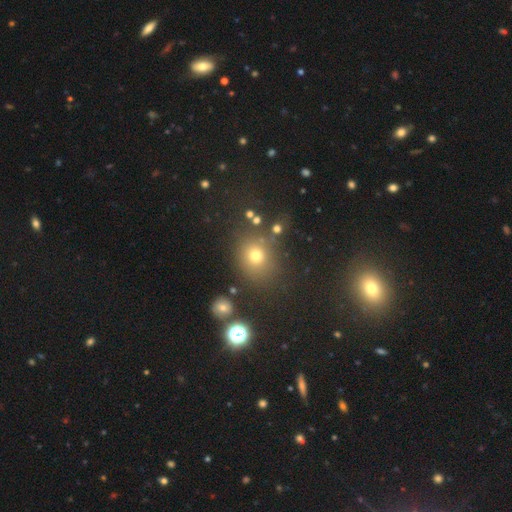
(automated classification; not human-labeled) A smooth galaxy with no disk features (68%) that is round (76%).

Vote fractions:
- Smooth or featured? smooth: 68% / star or artifact: 23% / featured or disk: 9%
- How rounded? round: 76% / in between: 23% / cigar-shaped: 1%
- Merging? none: 76% / minor disturbance: 12% / merger: 7% / major disturbance: 6%